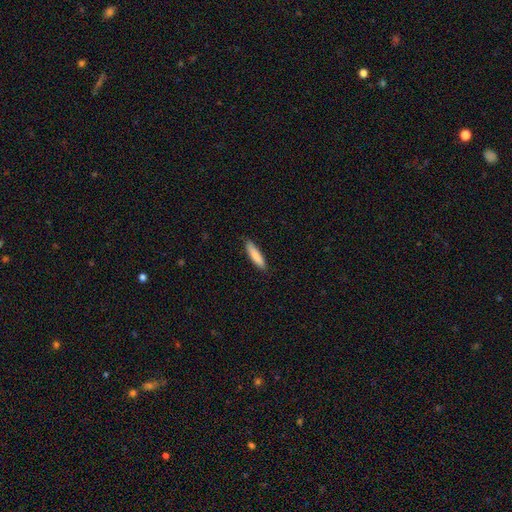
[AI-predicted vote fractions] A smooth galaxy with no disk features (84%) that is cigar-shaped (82%). Merging: none (88%).